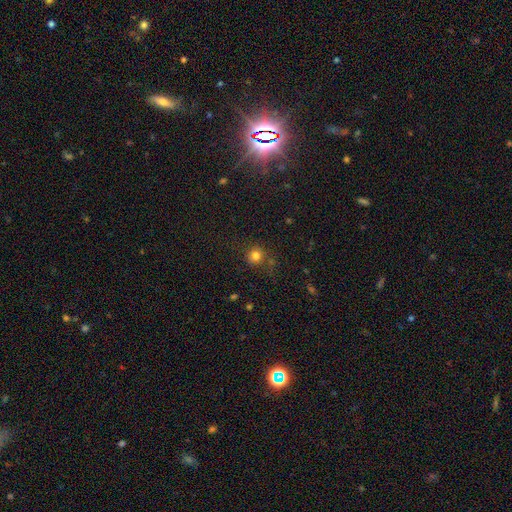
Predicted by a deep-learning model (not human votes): Overall: smooth (79%). How rounded: round (90%). Merging: none (76%).